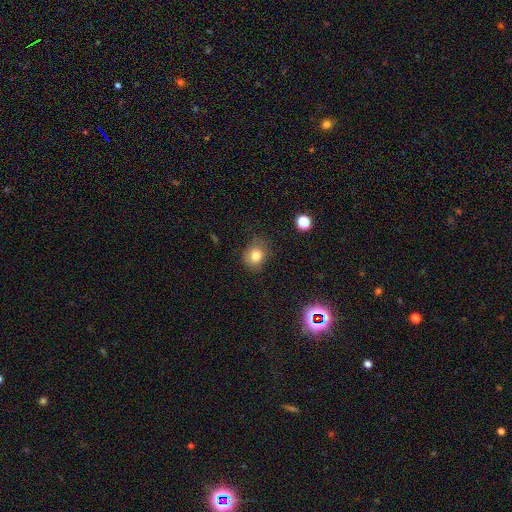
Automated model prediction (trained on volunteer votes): Overall: smooth (80%). How rounded: round (71%). Merging: none (72%).